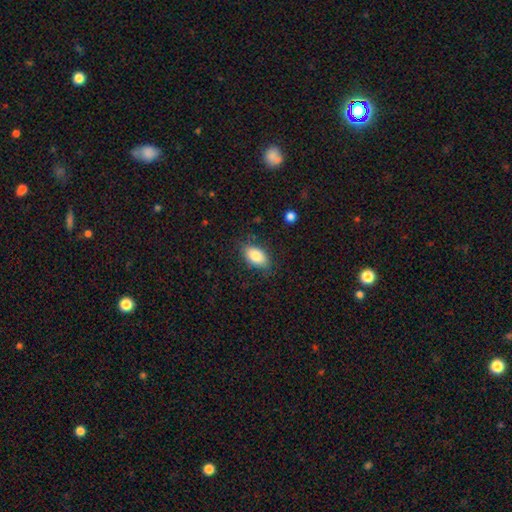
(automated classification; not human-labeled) This is clearly a smooth galaxy (83%). How rounded: clearly in between (91%). Merging: clearly none (80%).